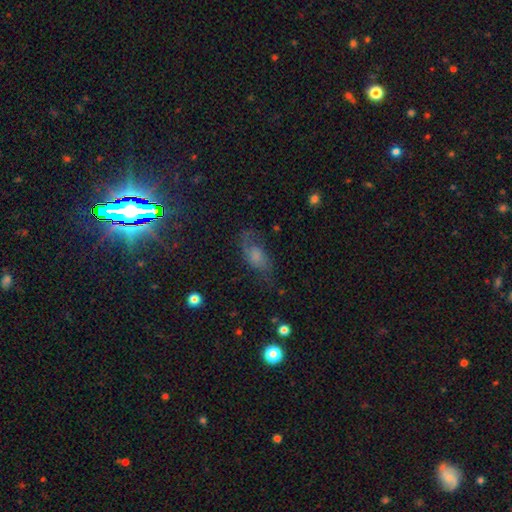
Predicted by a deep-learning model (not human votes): This appears to be a featured or disk galaxy (48%). Merging: none (56%).